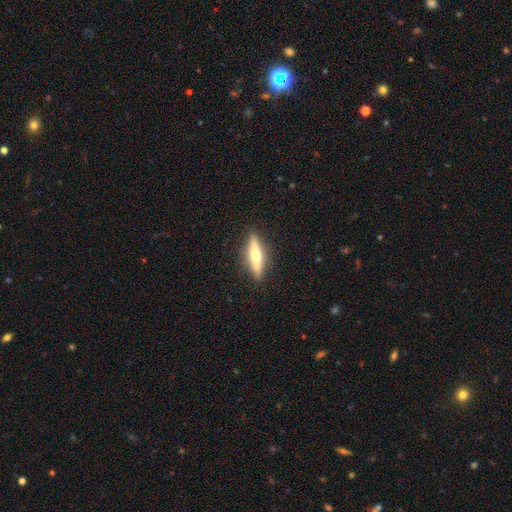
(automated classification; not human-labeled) Overall: featured or disk (54%; smooth 40%). Edge-on disk: yes (93%). Edge-on bulge: rounded (91%). Merging: none (90%).